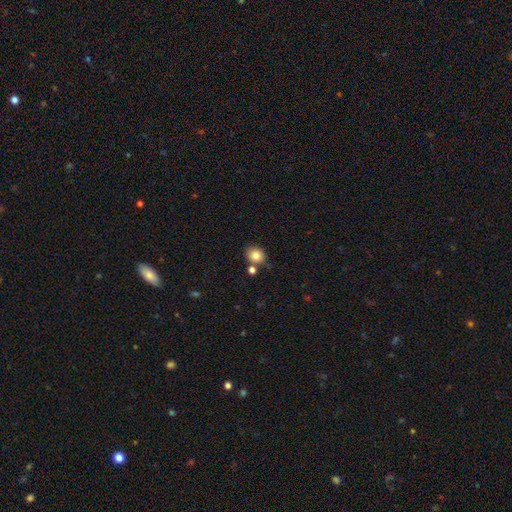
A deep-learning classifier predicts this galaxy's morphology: Smooth or featured: smooth — 83% (star or artifact — 10%)
How rounded: round — 75% (in between — 24%)
Merging: none — 71% (merger — 14%)